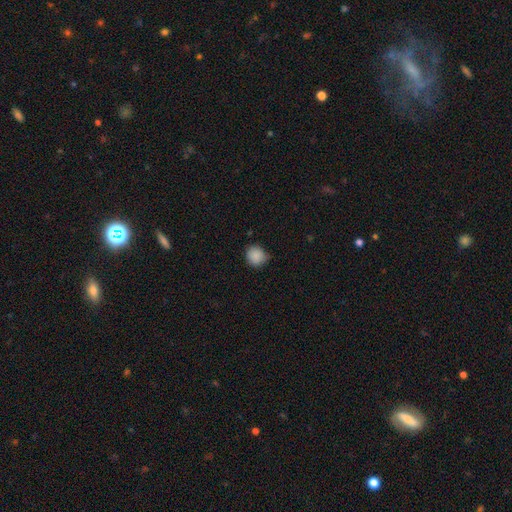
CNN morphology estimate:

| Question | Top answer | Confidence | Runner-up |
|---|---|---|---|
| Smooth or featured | smooth | 88% | star or artifact (8%) |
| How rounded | round | 88% | in between (11%) |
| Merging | none | 72% | minor disturbance (23%) |